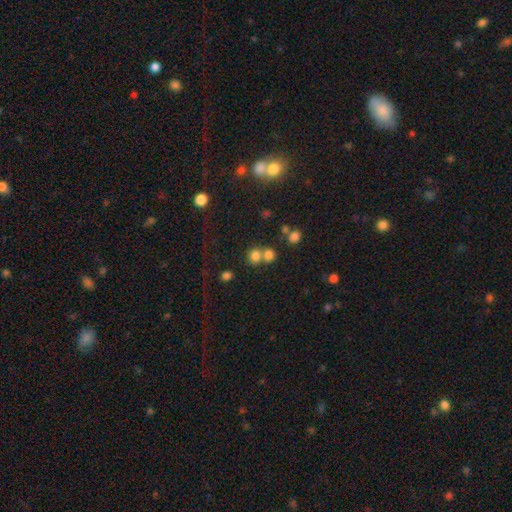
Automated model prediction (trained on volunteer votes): A smooth galaxy with no disk features (75%) that is round (82%).

Vote fractions:
- Smooth or featured? smooth: 75% / star or artifact: 16% / featured or disk: 9%
- How rounded? round: 82% / in between: 17% / cigar-shaped: 1%
- Merging? none: 48% / merger: 42% / minor disturbance: 7% / major disturbance: 3%